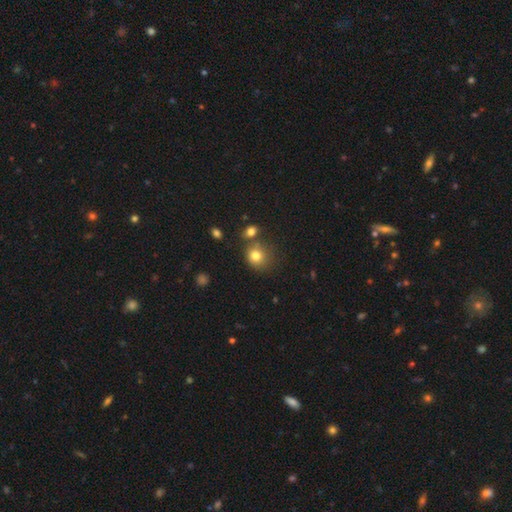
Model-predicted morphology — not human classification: Smooth or featured?
  - smooth: 80% *
  - star or artifact: 12%
  - featured or disk: 9%
How rounded?
  - round: 77% *
  - in between: 22%
  - cigar-shaped: 1%
Merging?
  - none: 61% *
  - merger: 18%
  - minor disturbance: 15%
  - major disturbance: 6%